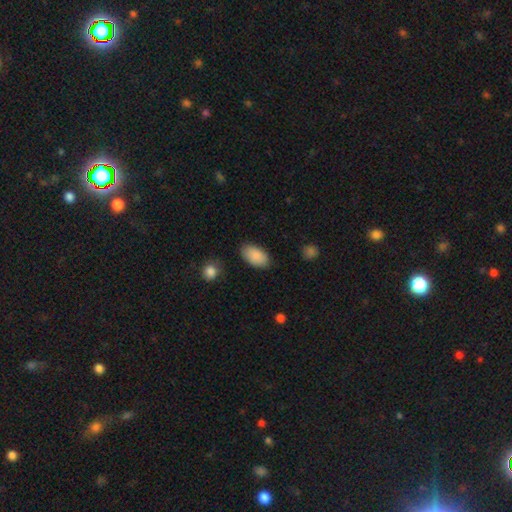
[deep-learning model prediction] Smooth or featured?
  - smooth: 89% *
  - star or artifact: 6%
  - featured or disk: 5%
How rounded?
  - in between: 95% *
  - round: 4%
  - cigar-shaped: 2%
Merging?
  - none: 84% *
  - minor disturbance: 12%
  - major disturbance: 3%
  - merger: 2%